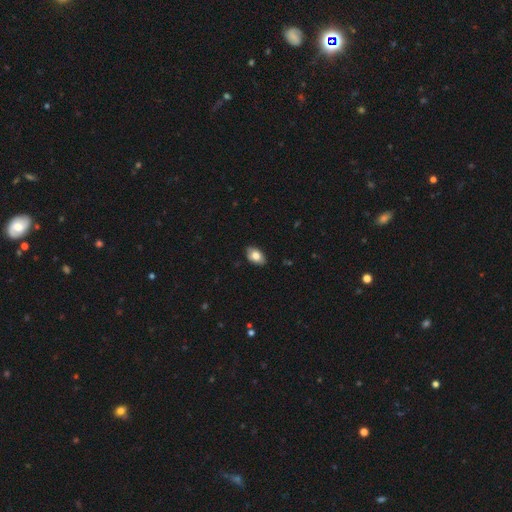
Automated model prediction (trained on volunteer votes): Smooth or featured? Predicted: smooth (p=0.76). How rounded? Predicted: in between (p=0.90). Merging? Predicted: none (p=0.85).